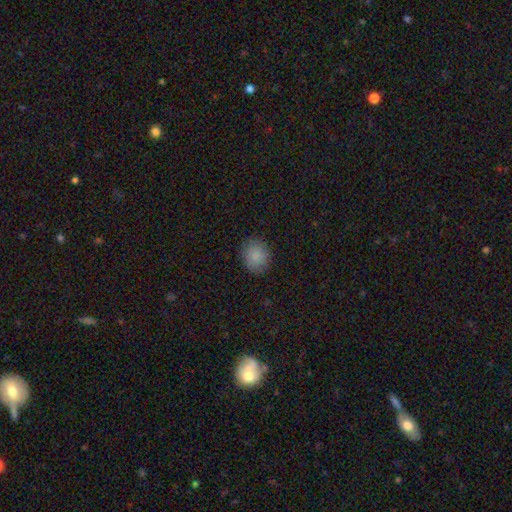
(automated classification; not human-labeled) This is clearly a smooth galaxy (87%). How rounded: likely round (68%). Merging: clearly none (87%).